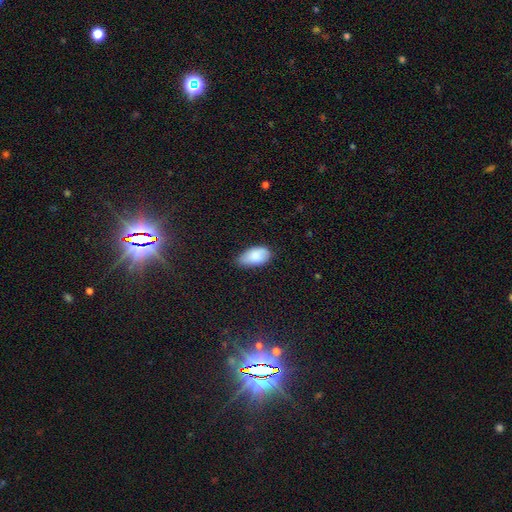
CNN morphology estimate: Smooth or featured?
  - smooth: 84% *
  - featured or disk: 9%
  - star or artifact: 7%
How rounded?
  - in between: 94% *
  - round: 3%
  - cigar-shaped: 3%
Merging?
  - none: 60% *
  - minor disturbance: 33%
  - major disturbance: 5%
  - merger: 2%